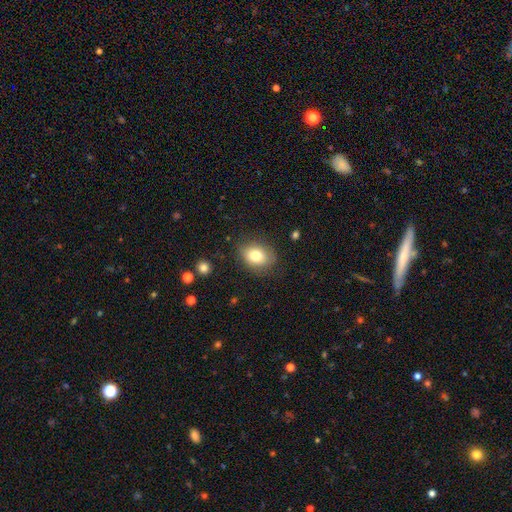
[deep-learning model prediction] This is likely a smooth galaxy (79%). How rounded: likely in between (62%). Merging: likely none (78%).